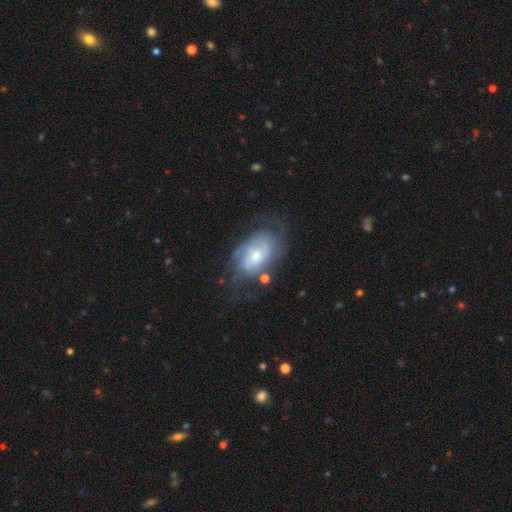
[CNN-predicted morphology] Smooth or featured: featured or disk — 73% (smooth — 20%)
Edge-on disk: no — 96% (yes — 4%)
Bar: no — 67% (weak — 29%)
Spiral arms: yes — 87% (no — 13%)
Spiral winding: tight — 47% (medium — 37%)
Spiral arm count: can't tell — 43% (2 — 32%)
Bulge size: moderate — 45% (small — 41%)
Merging: none — 53% (minor disturbance — 23%)